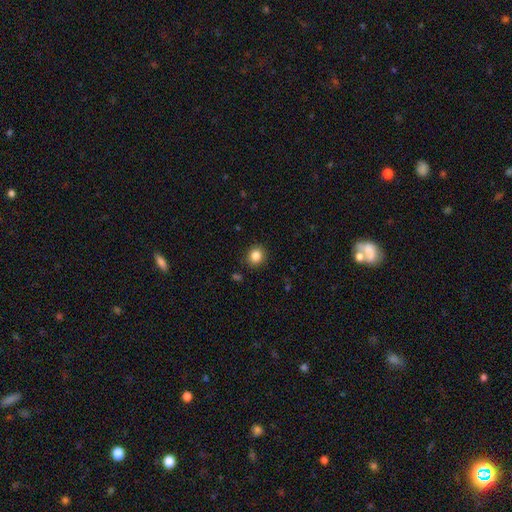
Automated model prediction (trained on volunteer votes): Overall: smooth (85%). How rounded: round (80%). Merging: none (88%).